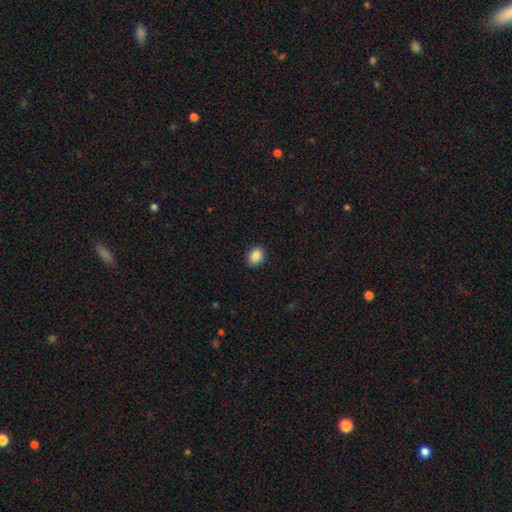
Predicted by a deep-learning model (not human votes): Smooth or featured? smooth (88%)
How rounded? in between (52%)
Merging? none (89%)